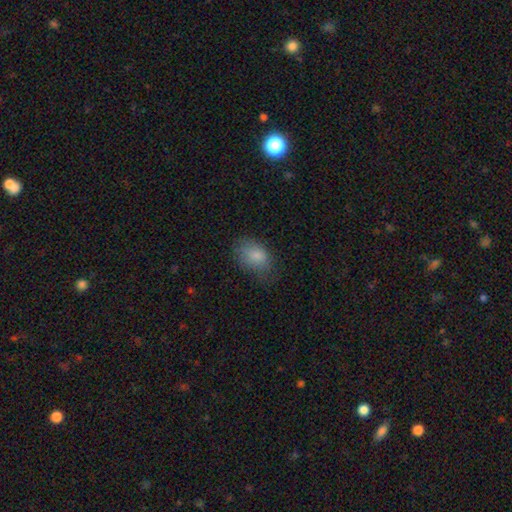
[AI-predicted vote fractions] Morphology: type=smooth (83%); roundness=in between (84%); merging=none (61%).